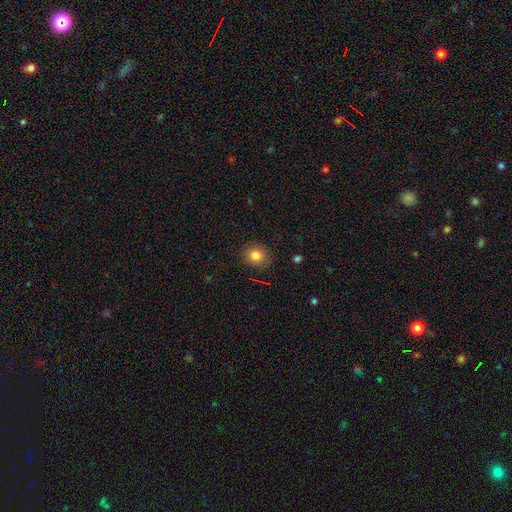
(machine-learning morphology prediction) smooth_or_featured: smooth (p=0.82) [alt: star or artifact p=0.11]
how_rounded: round (p=0.82) [alt: in between p=0.17]
merging: none (p=0.87) [alt: minor disturbance p=0.10]